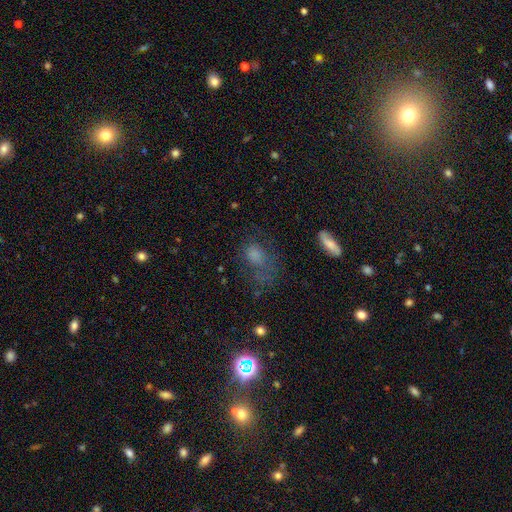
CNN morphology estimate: Q: Smooth or featured?
A: smooth (62%); runner-up: featured or disk (22%)
Q: How rounded?
A: in between (68%); runner-up: round (29%)
Q: Merging?
A: major disturbance (38%); runner-up: none (37%)